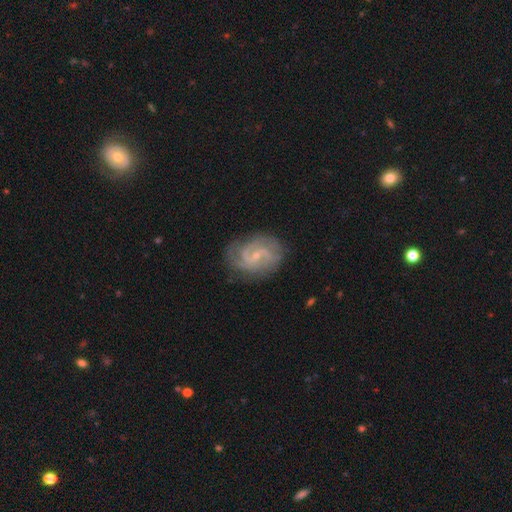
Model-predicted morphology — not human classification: Overall: featured or disk (86%). Edge-on disk: no (98%). Bar: weak (50%; no 39%). Spiral arms: yes (97%). Spiral arm count: 2 (54%; 3 17%). Spiral winding: medium (48%; tight 39%). Bulge size: small (74%). Merging: none (77%).